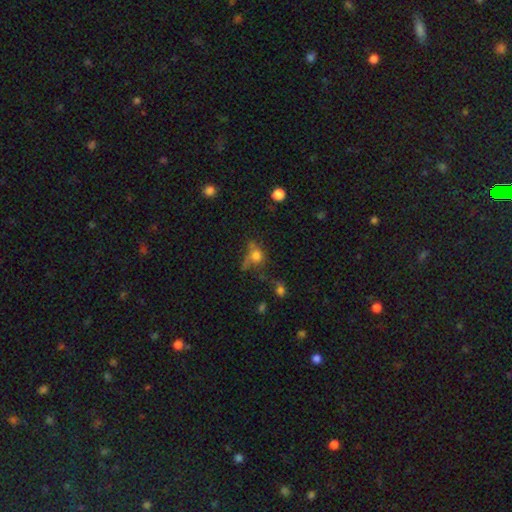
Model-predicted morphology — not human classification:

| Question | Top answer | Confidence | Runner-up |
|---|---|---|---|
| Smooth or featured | smooth | 65% | star or artifact (19%) |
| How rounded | round | 70% | in between (28%) |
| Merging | none | 45% | major disturbance (20%) |